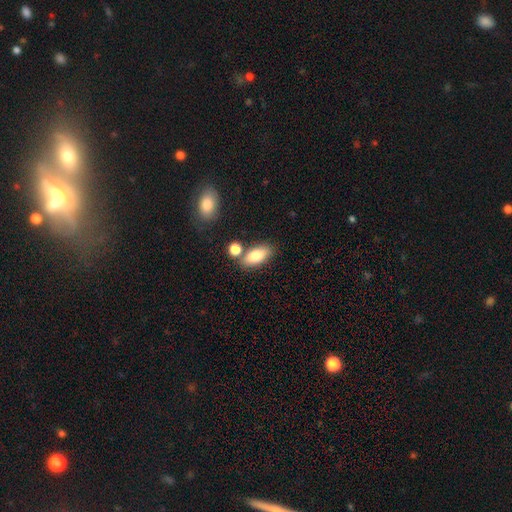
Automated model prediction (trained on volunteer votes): Overall: smooth (81%). How rounded: in between (85%). Merging: none (69%).